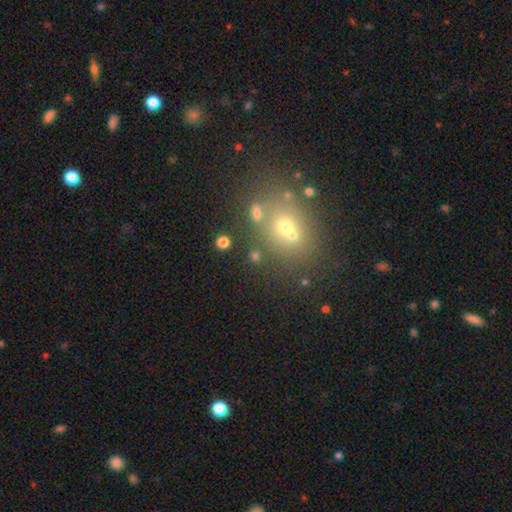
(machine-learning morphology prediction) Overall: smooth (54%; star or artifact 26%). How rounded: round (63%; in between 35%). Merging: none (52%; merger 33%).